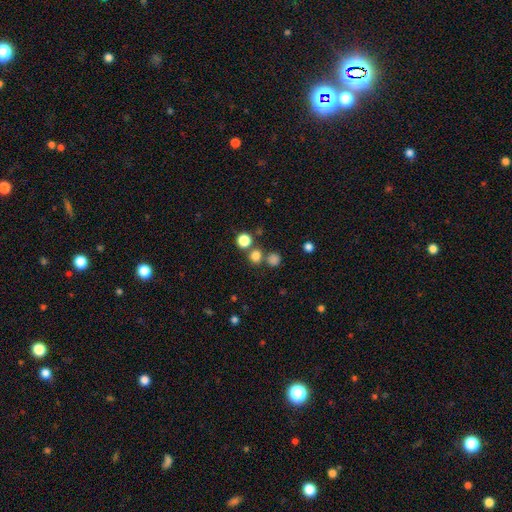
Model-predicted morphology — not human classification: This appears to be a smooth galaxy with no disk features (77%) that is round (89%). Merging: none (70%).